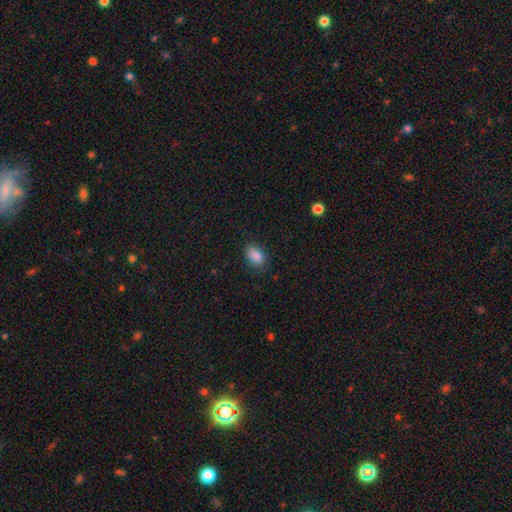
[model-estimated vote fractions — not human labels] Smooth or featured? smooth (87%)
How rounded? in between (83%)
Merging? none (82%)